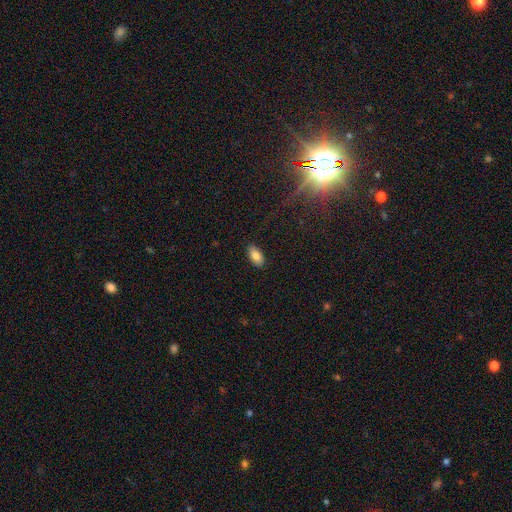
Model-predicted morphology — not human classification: Smooth or featured: smooth — 84% (featured or disk — 8%)
How rounded: in between — 93% (cigar-shaped — 5%)
Merging: none — 88% (minor disturbance — 9%)